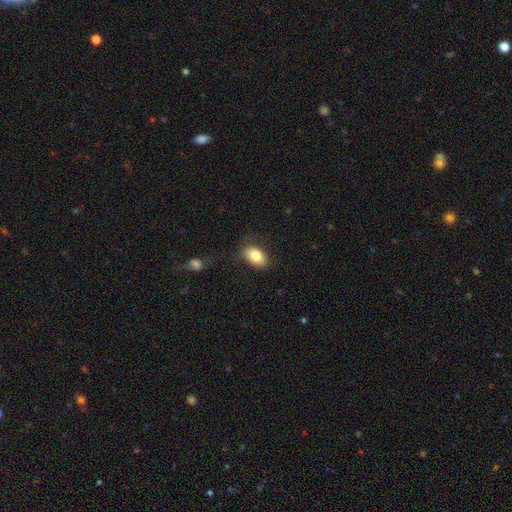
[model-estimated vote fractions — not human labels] This is clearly a smooth galaxy (81%). How rounded: clearly in between (87%). Merging: likely none (76%).